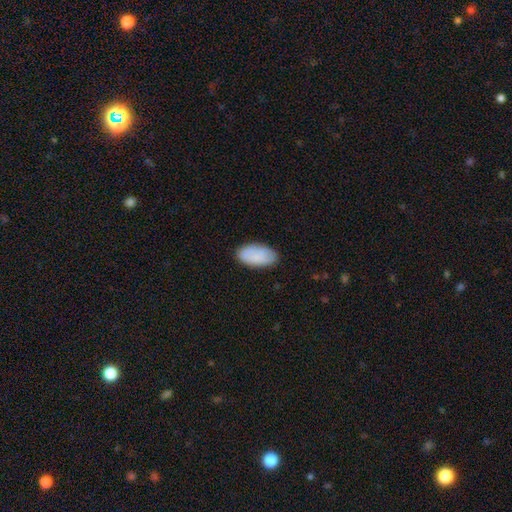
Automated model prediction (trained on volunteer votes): smooth-or-featured: smooth: 82% | featured or disk: 12% | star or artifact: 7%
  how-rounded: in between: 95% | round: 3% | cigar-shaped: 2%
  merging: none: 82% | minor disturbance: 14% | major disturbance: 3% | merger: 1%